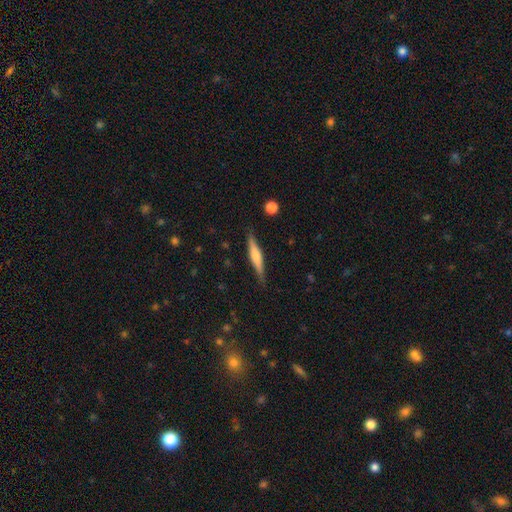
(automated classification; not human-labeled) smooth_or_featured: smooth (p=0.49) [alt: featured or disk p=0.45]
merging: none (p=0.85) [alt: minor disturbance p=0.12]